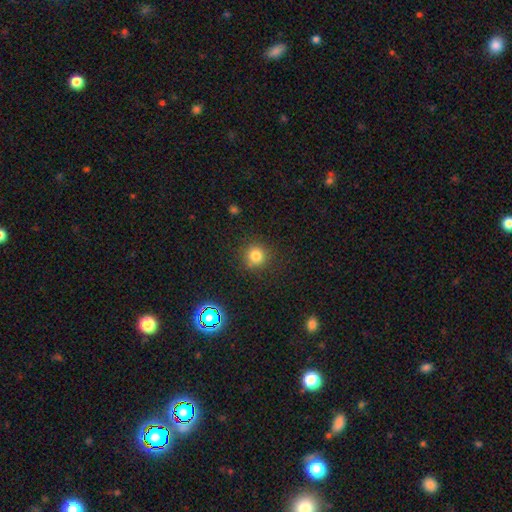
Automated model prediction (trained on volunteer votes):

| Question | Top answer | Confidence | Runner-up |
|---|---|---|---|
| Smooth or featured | smooth | 79% | star or artifact (15%) |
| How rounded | round | 93% | in between (6%) |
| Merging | none | 87% | minor disturbance (8%) |